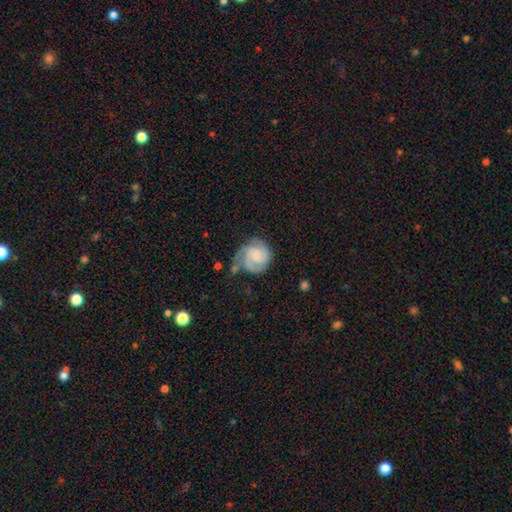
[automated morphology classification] type=featured or disk (78%); edge-on=no (98%); bar=no (61%); spiral arms=yes (96%); winding=tight (55%); arm count=3 (40%); bulge=small (39%); merging=none (56%).